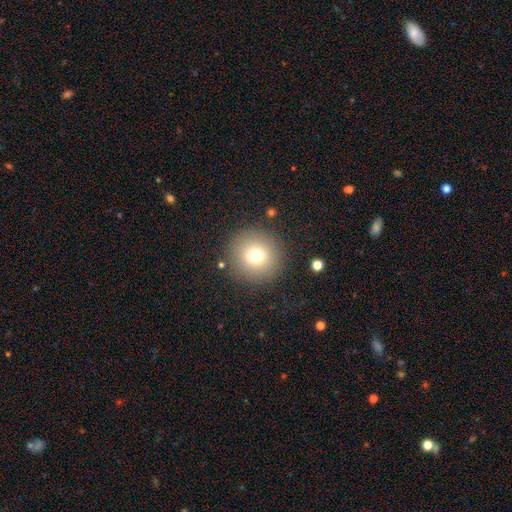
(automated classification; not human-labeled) smooth 74%, star or artifact 14%, featured or disk 12%. Down the decision tree: how rounded — round (96%); merging — none (88%).